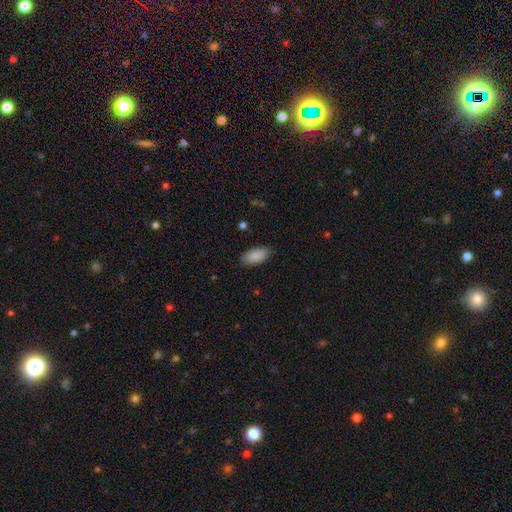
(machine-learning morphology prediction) The model was most divided on "merging": none: 86%, minor disturbance: 10%, major disturbance: 2%, merger: 1%. More confident: how rounded — in between (92%); smooth or featured — smooth (90%).